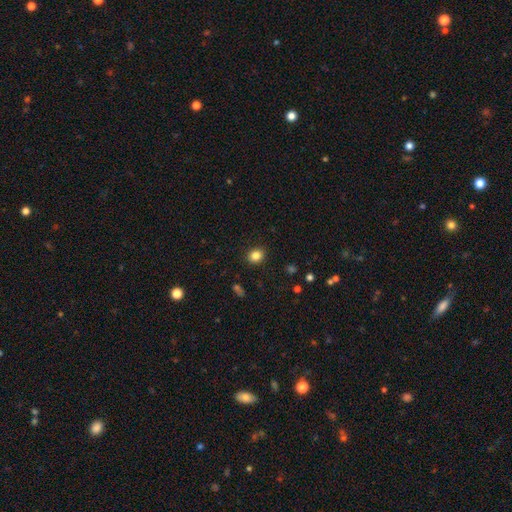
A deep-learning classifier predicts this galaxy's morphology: smooth 84%, star or artifact 11%, featured or disk 5%. Down the decision tree: how rounded — round (67%); merging — none (90%).